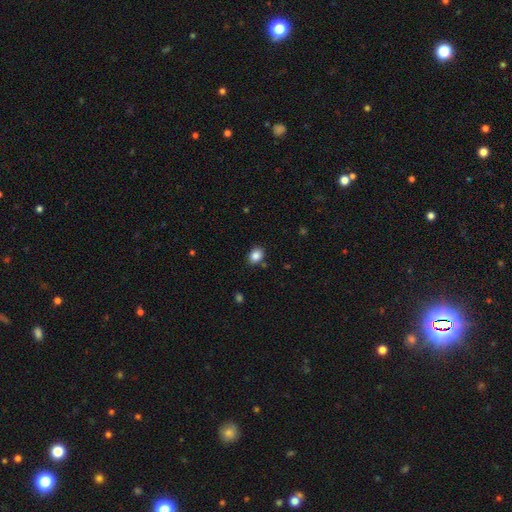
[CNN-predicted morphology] type=smooth (86%); roundness=in between (66%); merging=none (84%).